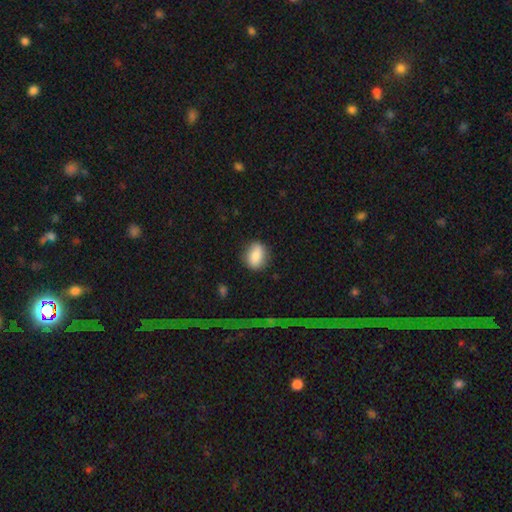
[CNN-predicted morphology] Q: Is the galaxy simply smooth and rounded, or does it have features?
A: smooth — 84%.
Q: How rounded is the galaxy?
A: in between — 70%.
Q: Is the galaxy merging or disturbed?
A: none — 79%.